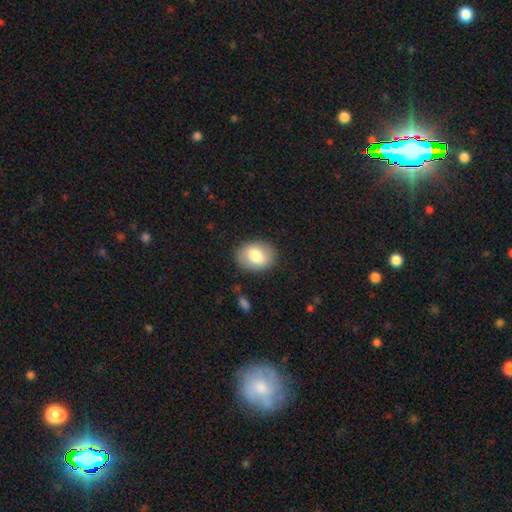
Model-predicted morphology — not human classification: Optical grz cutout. It shows a smooth galaxy with no disk features (78%) that is in between round and cigar-shaped (70%). Merging: none (85%).